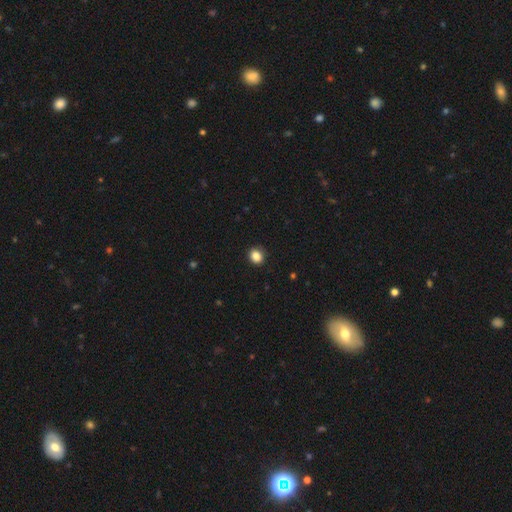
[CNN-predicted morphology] A smooth galaxy with no disk features (86%) that is round (69%). Merging: none (90%).